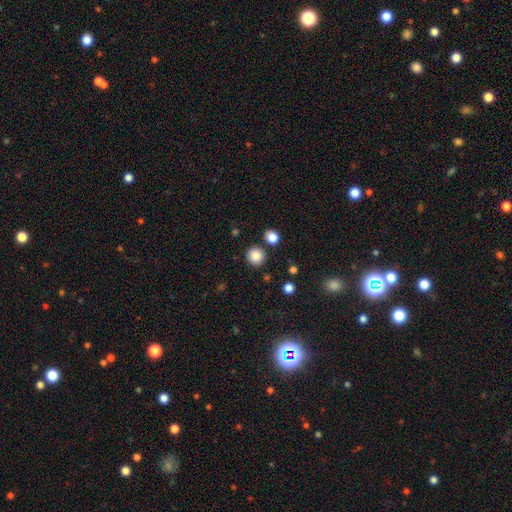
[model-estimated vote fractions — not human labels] smooth 86%, star or artifact 10%, featured or disk 4%. Down the decision tree: how rounded — round (92%); merging — none (86%).